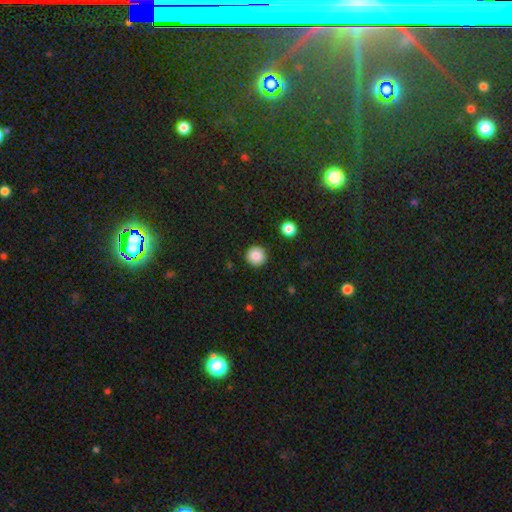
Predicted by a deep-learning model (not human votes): Q: Smooth or featured?
A: smooth (86%); runner-up: star or artifact (10%)
Q: How rounded?
A: round (96%); runner-up: in between (3%)
Q: Merging?
A: none (90%); runner-up: minor disturbance (6%)